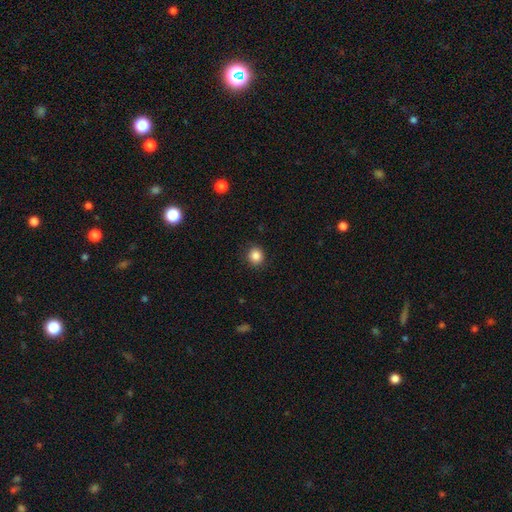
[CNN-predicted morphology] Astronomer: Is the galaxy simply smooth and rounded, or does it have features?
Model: smooth — 86%.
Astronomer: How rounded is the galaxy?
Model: round — 85%.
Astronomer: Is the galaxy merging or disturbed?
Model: none — 90%.